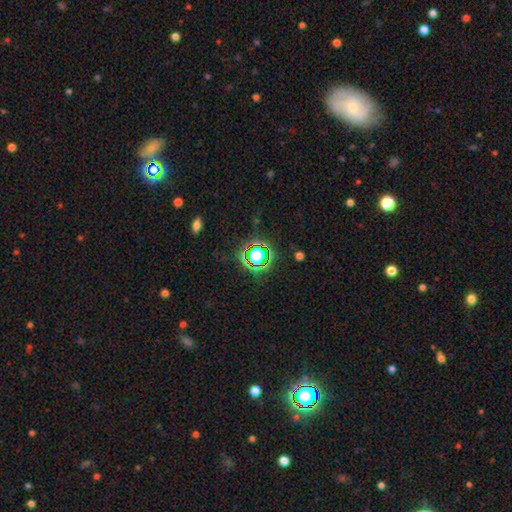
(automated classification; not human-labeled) Q: Smooth or featured?
A: star or artifact (66%); runner-up: smooth (23%)